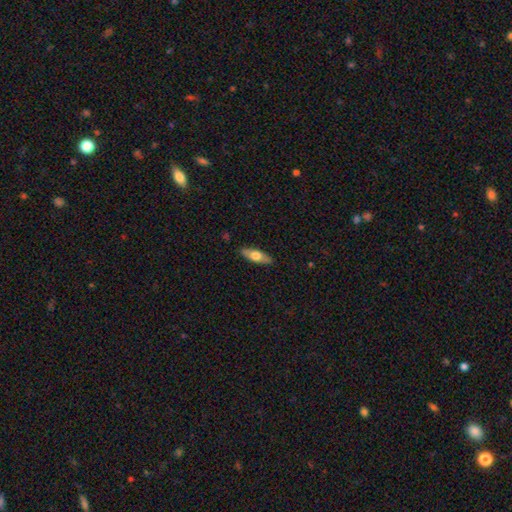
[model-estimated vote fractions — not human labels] Smooth or featured? Predicted: smooth (p=0.61). How rounded? Predicted: in between (p=0.61). Merging? Predicted: none (p=0.88).